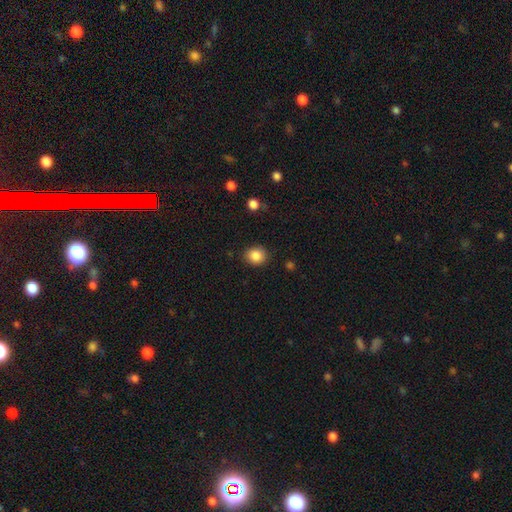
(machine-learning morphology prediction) type=smooth (86%); roundness=round (76%); merging=none (87%).